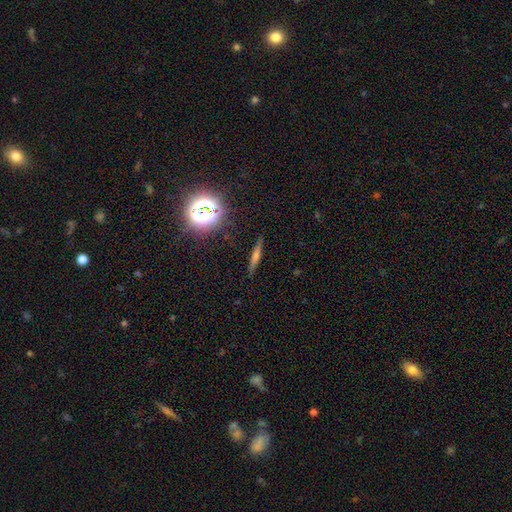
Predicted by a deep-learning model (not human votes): smooth-or-featured: featured or disk: 43% | smooth: 36% | star or artifact: 21%
  merging: none: 89% | minor disturbance: 8% | major disturbance: 2% | merger: 1%